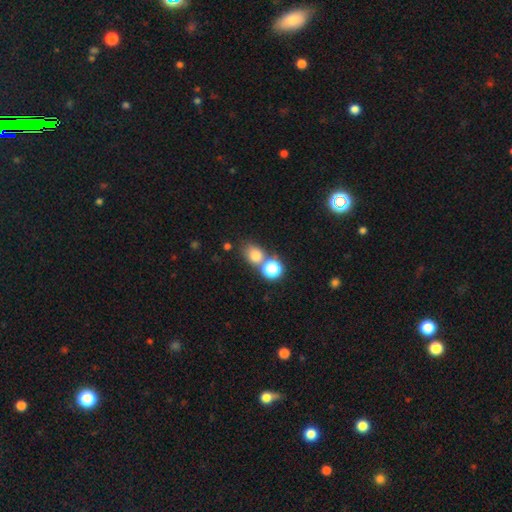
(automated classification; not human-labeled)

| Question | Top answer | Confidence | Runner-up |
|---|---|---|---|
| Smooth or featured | smooth | 76% | star or artifact (16%) |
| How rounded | round | 58% | in between (41%) |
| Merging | none | 53% | merger (32%) |